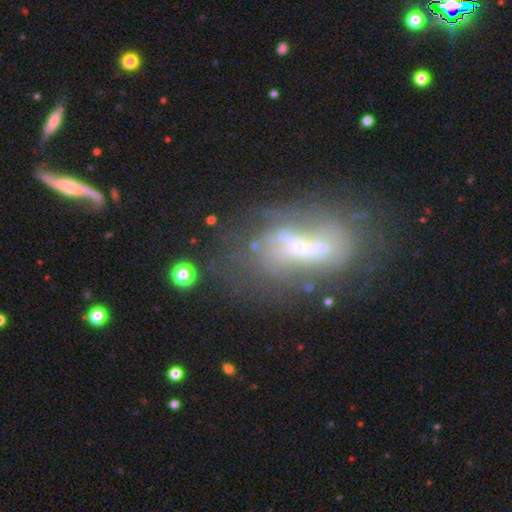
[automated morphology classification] Smooth or featured: featured or disk — 60% (smooth — 26%)
Edge-on disk: no — 87% (yes — 13%)
Bar: no — 51% (weak — 29%)
Spiral arms: no — 61% (yes — 39%)
Bulge size: small — 46% (none — 27%)
Merging: none — 45% (major disturbance — 22%)